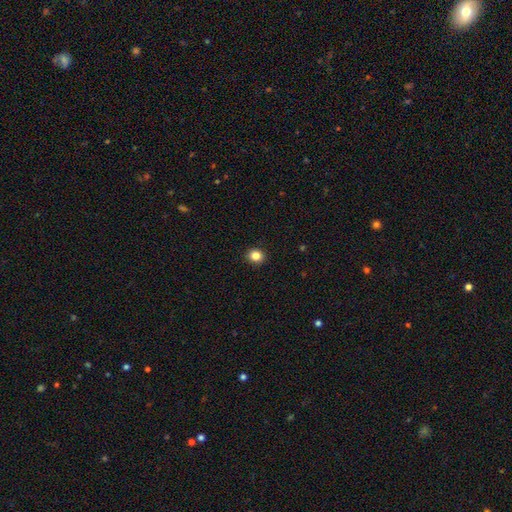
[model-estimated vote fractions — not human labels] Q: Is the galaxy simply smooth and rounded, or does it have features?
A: smooth — 85%.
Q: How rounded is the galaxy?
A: round — 70%.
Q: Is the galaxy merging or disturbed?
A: none — 92%.